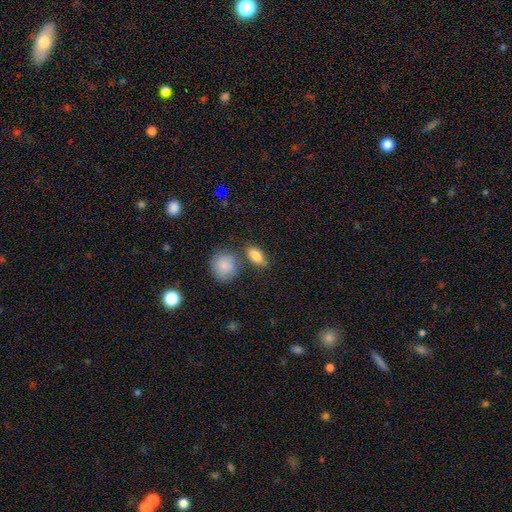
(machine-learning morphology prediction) Smooth or featured: smooth — 83% (featured or disk — 10%)
How rounded: in between — 79% (round — 11%)
Merging: none — 67% (minor disturbance — 15%)